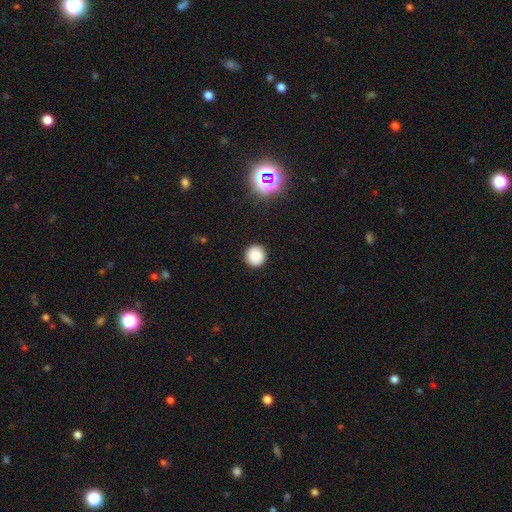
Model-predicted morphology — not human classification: smooth-or-featured: smooth: 82% | star or artifact: 12% | featured or disk: 7%
  how-rounded: round: 95% | in between: 4% | cigar-shaped: 1%
  merging: none: 91% | minor disturbance: 6% | major disturbance: 2% | merger: 1%